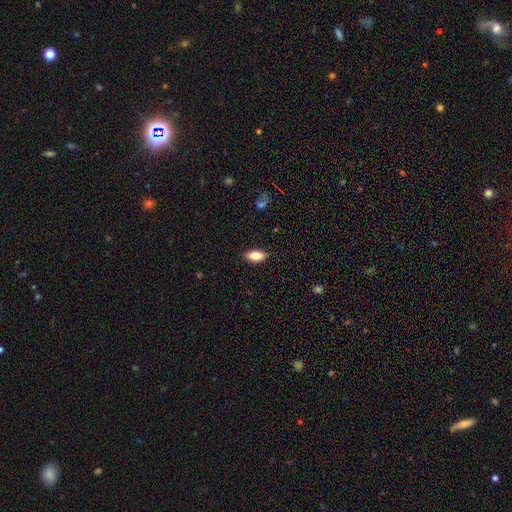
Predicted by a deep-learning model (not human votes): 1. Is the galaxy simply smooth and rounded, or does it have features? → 82% smooth, 11% featured or disk, 7% star or artifact.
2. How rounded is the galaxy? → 90% in between, 7% cigar-shaped, 4% round.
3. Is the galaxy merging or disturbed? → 87% none, 10% minor disturbance, 2% major disturbance, 1% merger.